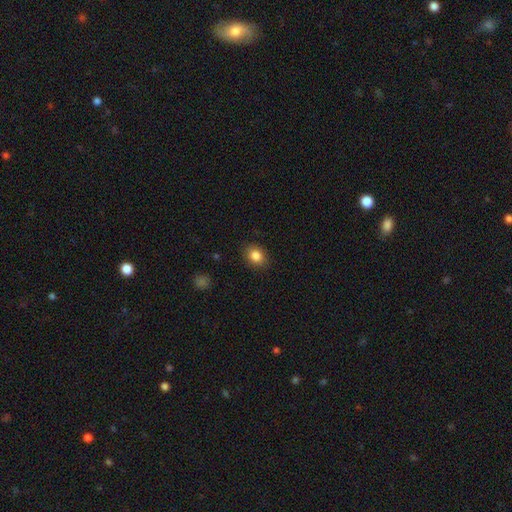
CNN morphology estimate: This is clearly a smooth galaxy (85%). How rounded: possibly in between (57%). Merging: clearly none (87%).